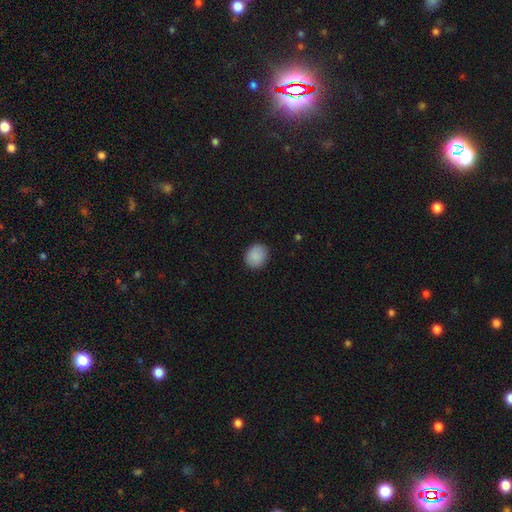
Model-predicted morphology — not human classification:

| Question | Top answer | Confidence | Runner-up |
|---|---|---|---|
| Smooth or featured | smooth | 89% | star or artifact (7%) |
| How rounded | round | 65% | in between (35%) |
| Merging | none | 87% | minor disturbance (10%) |